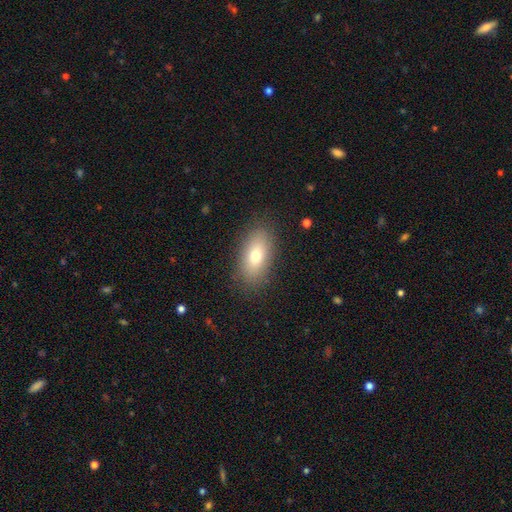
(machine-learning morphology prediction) A smooth galaxy with no disk features (75%) that is in between round and cigar-shaped (88%).

Vote fractions:
- Smooth or featured? smooth: 75% / featured or disk: 16% / star or artifact: 9%
- How rounded? in between: 88% / round: 6% / cigar-shaped: 6%
- Merging? none: 86% / minor disturbance: 10% / major disturbance: 3% / merger: 1%